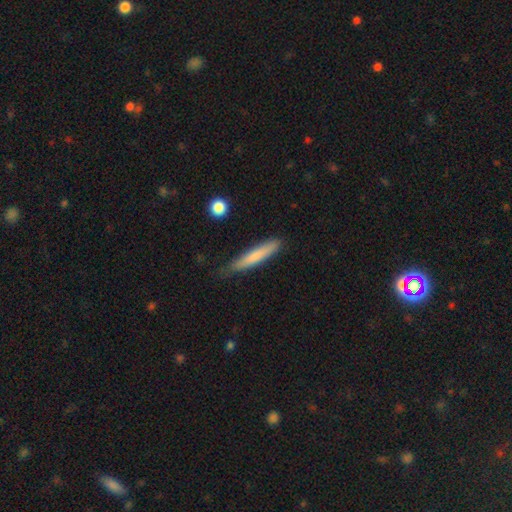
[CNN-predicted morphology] Smooth or featured? Predicted: smooth (p=0.74). How rounded? Predicted: cigar-shaped (p=0.91). Merging? Predicted: none (p=0.74).